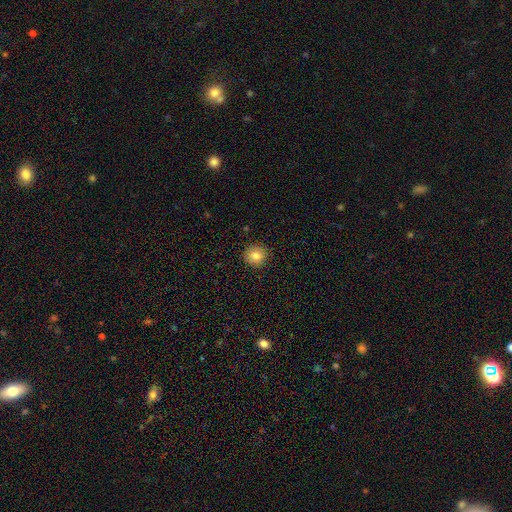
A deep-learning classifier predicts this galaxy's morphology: type=smooth (81%); roundness=round (91%); merging=none (90%).